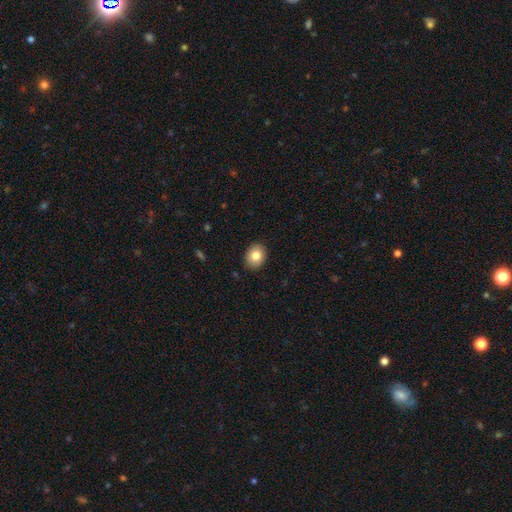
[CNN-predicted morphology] This appears to be a smooth galaxy with no disk features (83%) that is round (51%). Merging: none (90%).